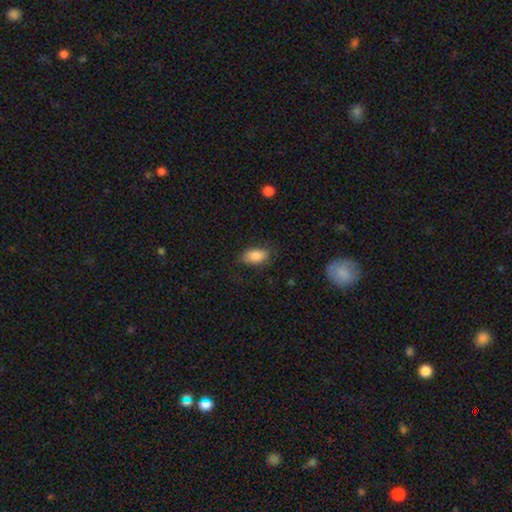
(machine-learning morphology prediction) Smooth or featured: smooth — 86% (star or artifact — 7%)
How rounded: in between — 91% (round — 6%)
Merging: none — 78% (minor disturbance — 16%)